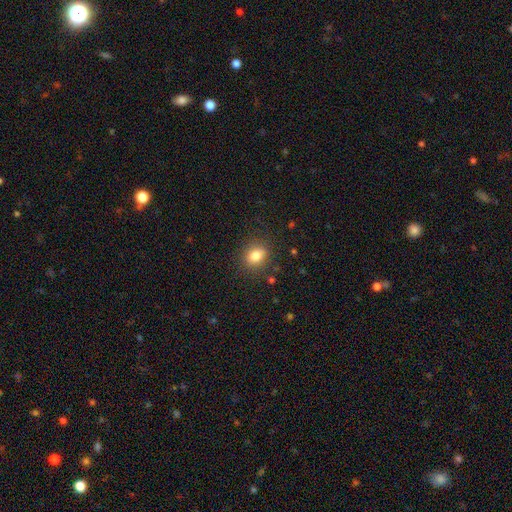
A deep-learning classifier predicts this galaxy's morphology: Smooth or featured? smooth (82%)
How rounded? in between (60%)
Merging? none (84%)